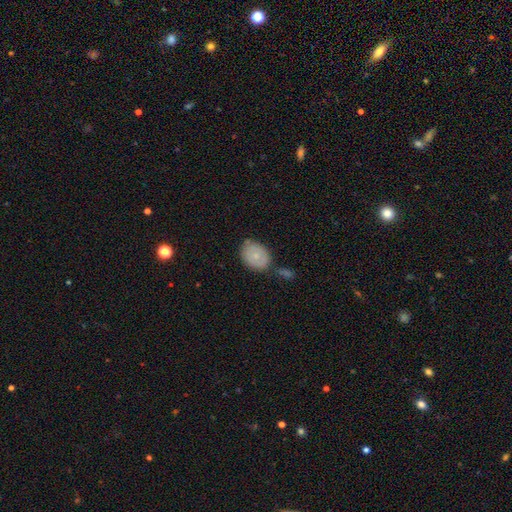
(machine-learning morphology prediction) type=smooth (72%); roundness=in between (66%); merging=none (66%).